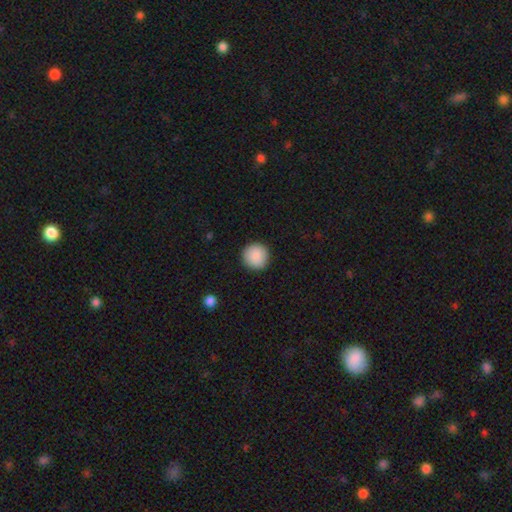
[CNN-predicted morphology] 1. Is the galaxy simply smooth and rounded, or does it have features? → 90% smooth, 7% star or artifact, 3% featured or disk.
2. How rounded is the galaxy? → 96% round, 3% in between, 1% cigar-shaped.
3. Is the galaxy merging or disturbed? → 92% none, 5% minor disturbance, 2% major disturbance, 1% merger.